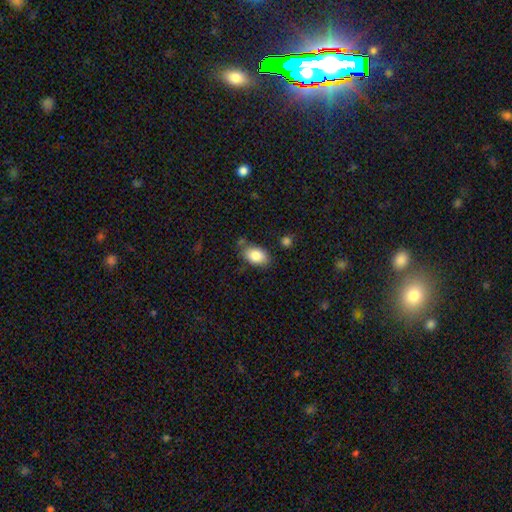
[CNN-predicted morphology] Smooth or featured? smooth (85%)
How rounded? in between (87%)
Merging? none (72%)